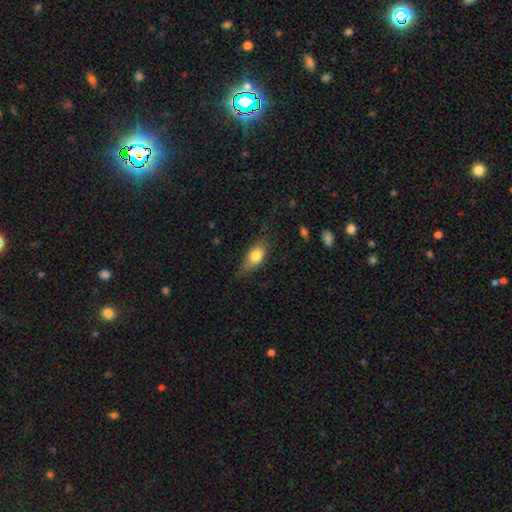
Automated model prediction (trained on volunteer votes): Smooth or featured: smooth — 75% (featured or disk — 17%)
How rounded: in between — 81% (cigar-shaped — 11%)
Merging: none — 68% (minor disturbance — 23%)